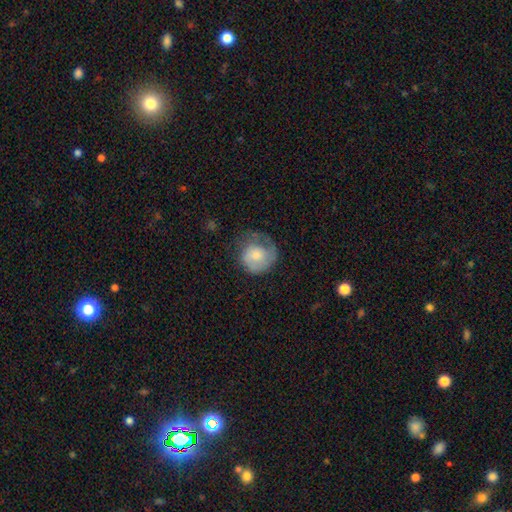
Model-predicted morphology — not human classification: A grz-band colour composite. It shows a smooth galaxy with no disk features (57%) that is round (82%). Merging: none (41%).